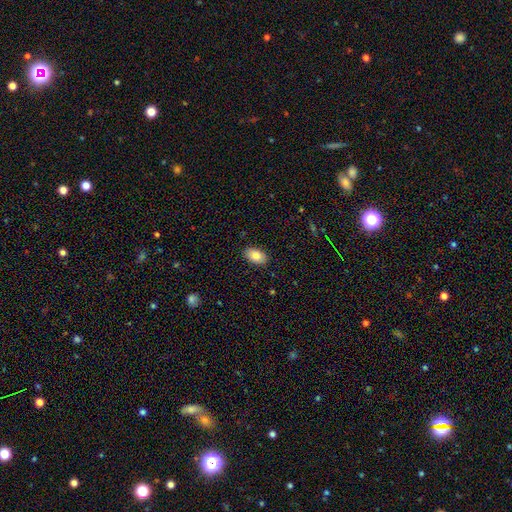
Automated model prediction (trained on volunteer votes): The model was most divided on "smooth or featured": smooth: 84%, featured or disk: 9%, star or artifact: 7%. More confident: how rounded — in between (93%); merging — none (89%).